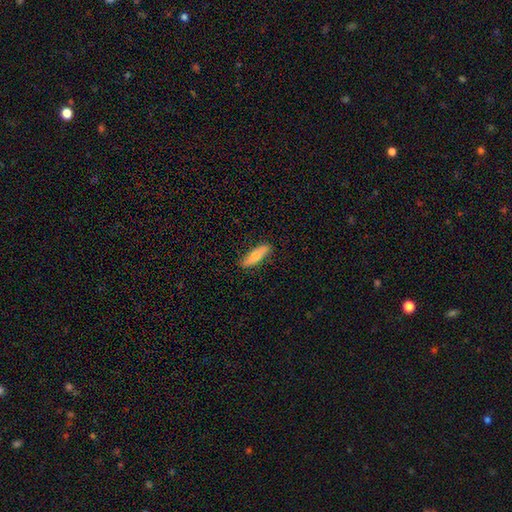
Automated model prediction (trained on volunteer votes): Morphology: type=smooth (64%); roundness=cigar-shaped (54%); merging=none (85%).